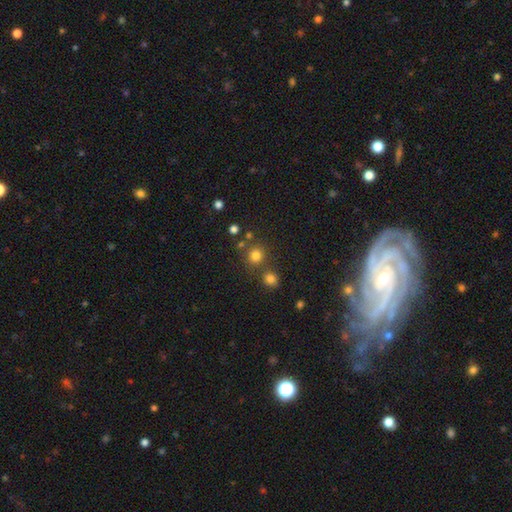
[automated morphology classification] Overall: smooth (78%). How rounded: round (89%). Merging: none (71%).